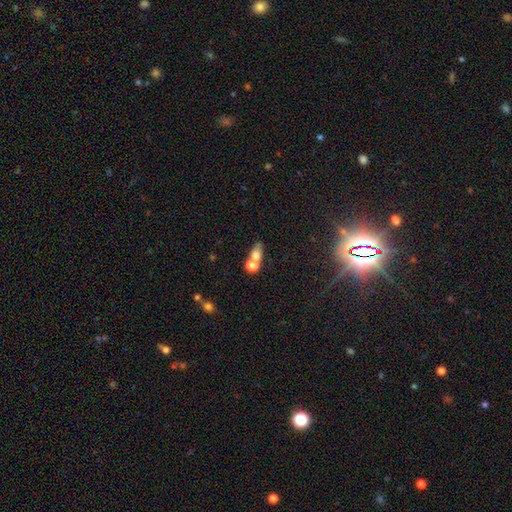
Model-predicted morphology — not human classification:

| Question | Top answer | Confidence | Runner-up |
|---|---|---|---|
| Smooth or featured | smooth | 70% | featured or disk (20%) |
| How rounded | in between | 54% | round (40%) |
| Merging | merger | 62% | none (25%) |